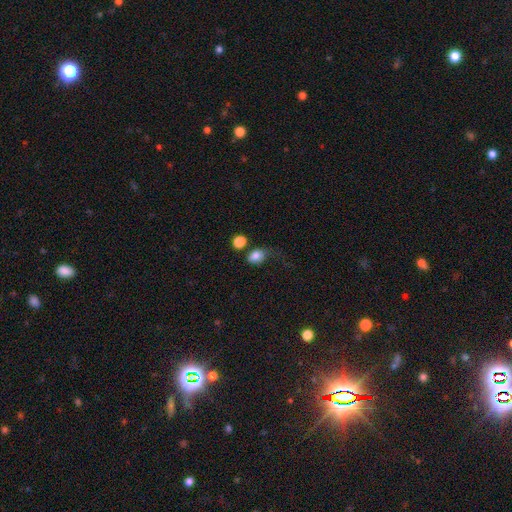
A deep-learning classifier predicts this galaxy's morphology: smooth 83%, star or artifact 10%, featured or disk 7%. Down the decision tree: how rounded — in between (66%); merging — none (45%).